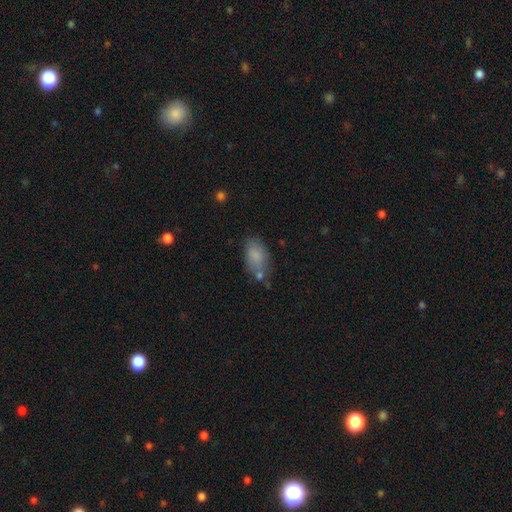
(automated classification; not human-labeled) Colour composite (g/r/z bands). It shows a smooth galaxy with no disk features (82%) that is in between round and cigar-shaped (90%). Merging: none (57%).